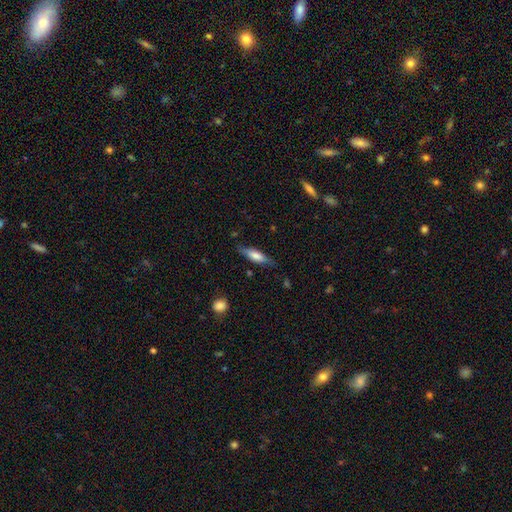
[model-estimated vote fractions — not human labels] Smooth or featured? Predicted: smooth (p=0.62). How rounded? Predicted: cigar-shaped (p=0.60). Merging? Predicted: none (p=0.79).